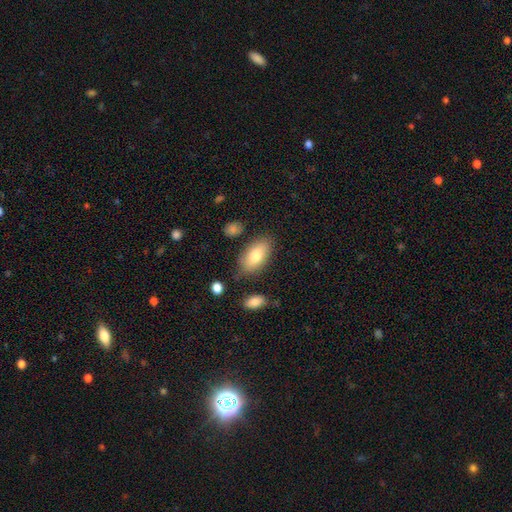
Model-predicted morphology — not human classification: This appears to be a smooth galaxy with no disk features (78%) that is in between round and cigar-shaped (93%). Merging: none (78%).